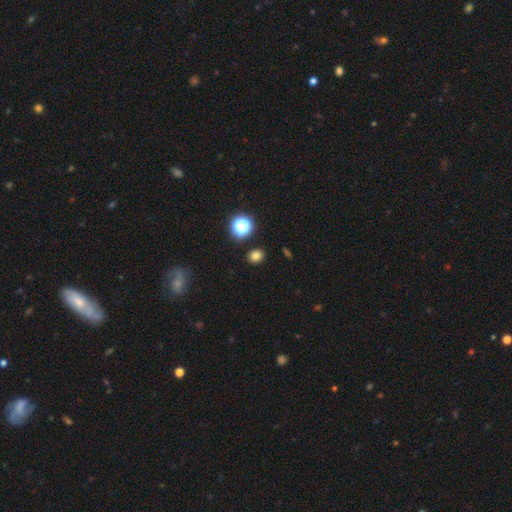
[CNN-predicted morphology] Smooth or featured: smooth — 77% (star or artifact — 17%)
How rounded: round — 64% (in between — 36%)
Merging: none — 88% (minor disturbance — 7%)